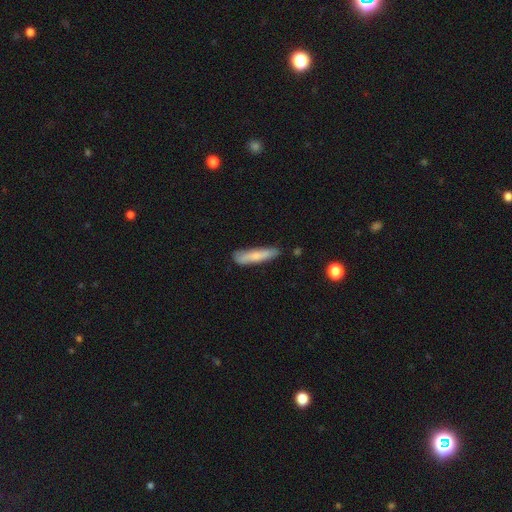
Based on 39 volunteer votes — Volunteers were most divided on "merging": none: 62%, minor disturbance: 28%, major disturbance: 8%, merger: 3%. More confident: how rounded — cigar-shaped (79%); smooth or featured — smooth (72%).